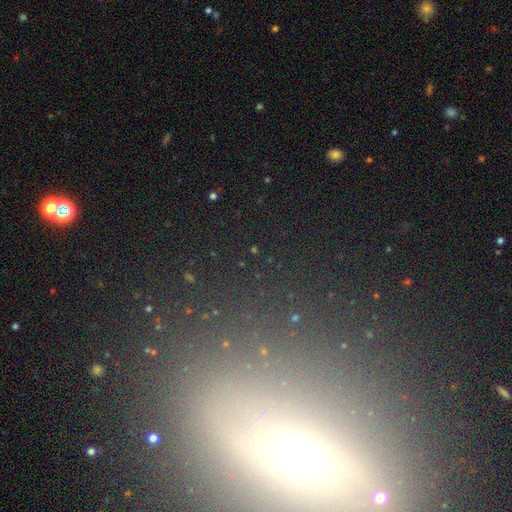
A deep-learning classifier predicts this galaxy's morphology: A star or artifact, not a galaxy (46%).

Vote fractions:
- Smooth or featured? star or artifact: 46% / smooth: 30% / featured or disk: 25%